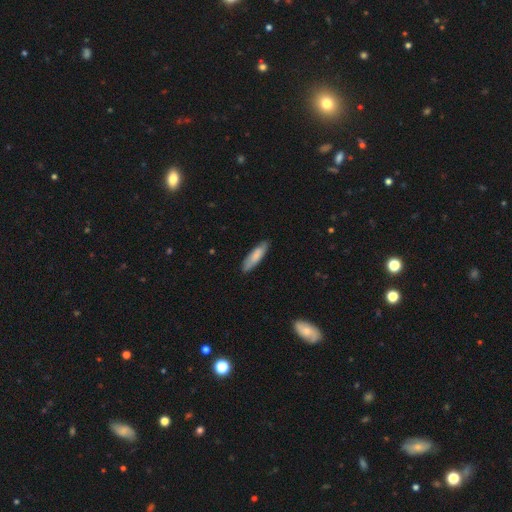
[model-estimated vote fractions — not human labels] A smooth galaxy with no disk features (79%) that is cigar-shaped (65%).

Vote fractions:
- Smooth or featured? smooth: 79% / featured or disk: 16% / star or artifact: 5%
- How rounded? cigar-shaped: 65% / in between: 33% / round: 1%
- Merging? none: 84% / minor disturbance: 13% / major disturbance: 2% / merger: 1%